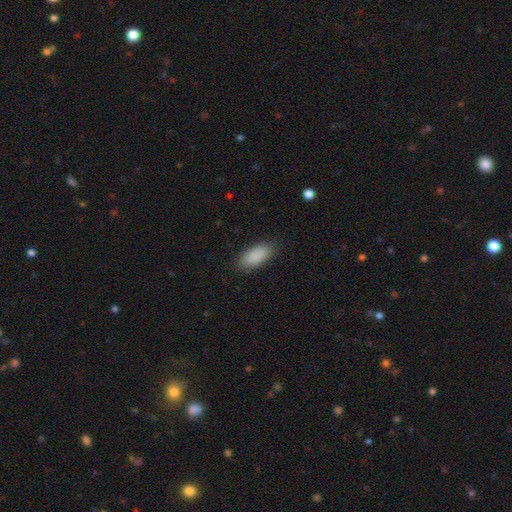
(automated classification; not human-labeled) Morphology: type=smooth (90%); roundness=in between (87%); merging=none (86%).